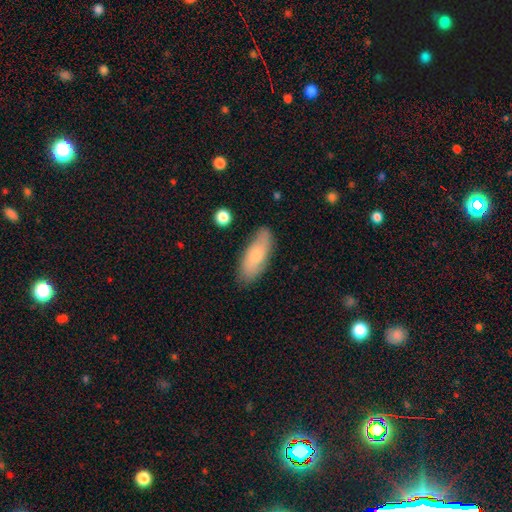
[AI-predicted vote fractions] This appears to be a smooth galaxy with no disk features (70%) that is in between round and cigar-shaped (74%). Merging: none (80%).